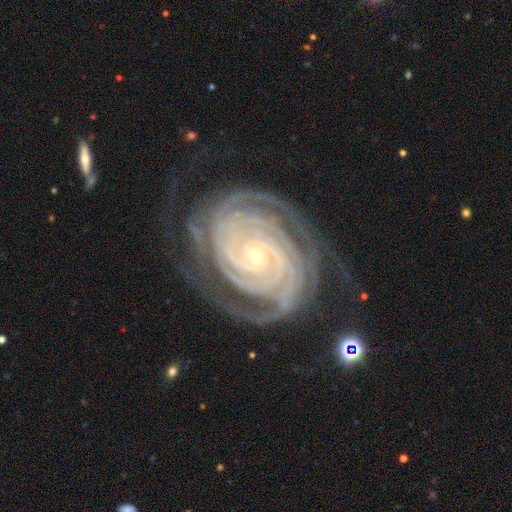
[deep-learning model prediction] Smooth or featured? Predicted: featured or disk (p=0.93). Edge-on disk? Predicted: no (p=0.97). Bar? Predicted: no (p=0.64). Spiral arms? Predicted: yes (p=0.99). Spiral winding? Predicted: tight (p=0.87). Spiral arm count? Predicted: 4 (p=0.23). Bulge size? Predicted: small (p=0.81). Merging? Predicted: none (p=0.75).